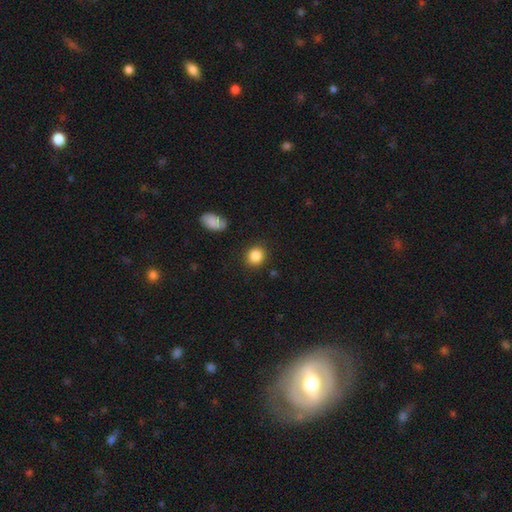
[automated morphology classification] A smooth galaxy with no disk features (87%) that is round (77%).

Vote fractions:
- Smooth or featured? smooth: 87% / star or artifact: 9% / featured or disk: 4%
- How rounded? round: 77% / in between: 22% / cigar-shaped: 1%
- Merging? none: 88% / minor disturbance: 7% / major disturbance: 3% / merger: 2%